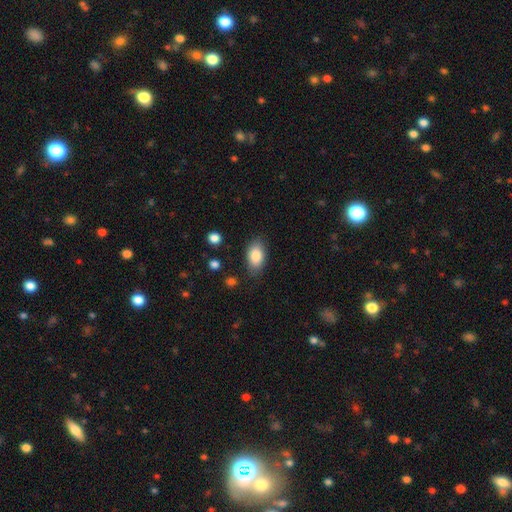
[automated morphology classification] This is clearly a smooth galaxy (85%). How rounded: clearly in between (92%). Merging: clearly none (80%).